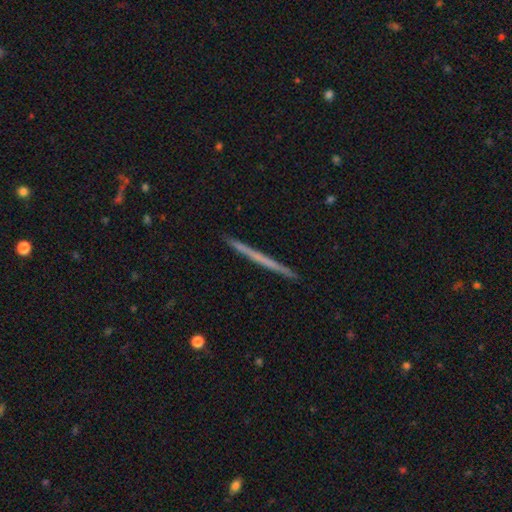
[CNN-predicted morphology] A featured or disk galaxy (55%) viewed edge-on (98%) with no central bulge (88%). Merging: none (92%).